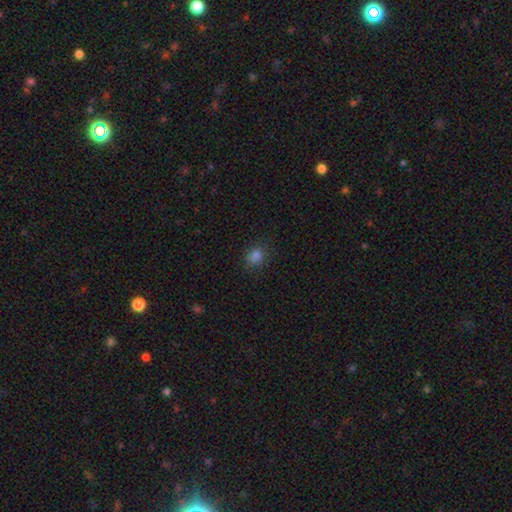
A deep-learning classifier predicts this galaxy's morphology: Q: Smooth or featured?
A: smooth (80%); runner-up: star or artifact (16%)
Q: How rounded?
A: round (67%); runner-up: in between (32%)
Q: Merging?
A: none (81%); runner-up: minor disturbance (13%)